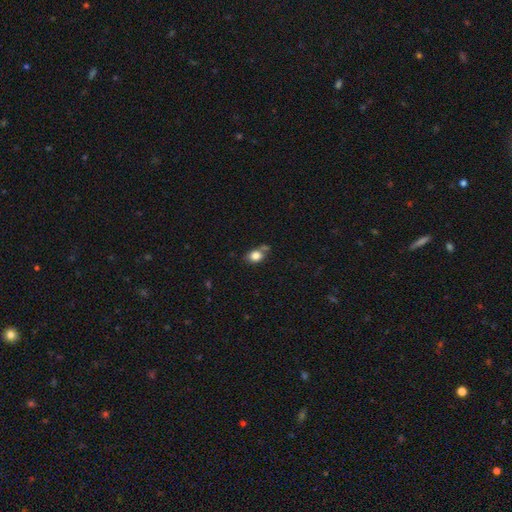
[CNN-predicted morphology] Smooth or featured: smooth — 81% (star or artifact — 10%)
How rounded: in between — 66% (round — 33%)
Merging: none — 55% (minor disturbance — 22%)